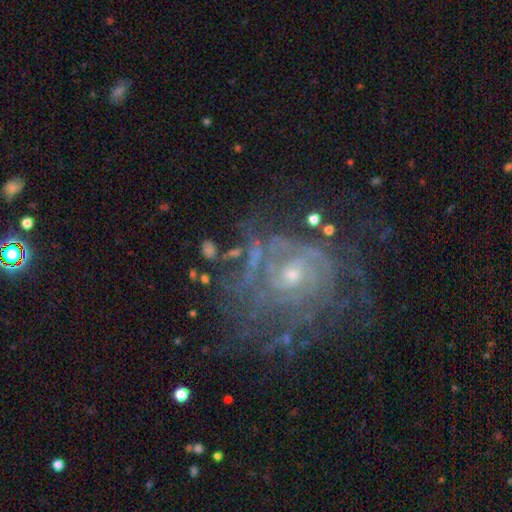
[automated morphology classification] A featured or disk galaxy (83%) with no bar (72%), tight (69%) spiral arms (91%) and a small central bulge (66%).

Vote fractions:
- Smooth or featured? featured or disk: 83% / star or artifact: 9% / smooth: 7%
- Edge-on disk? no: 97% / yes: 3%
- Bar? no: 72% / weak: 22% / strong: 5%
- Spiral arms? yes: 91% / no: 9%
- Spiral winding? tight: 69% / medium: 24% / loose: 7%
- Spiral arm count? can't tell: 41% / 2: 16% / 3: 14% / 4: 12% / more than 4: 10% / 1: 7%
- Bulge size? small: 66% / moderate: 29% / none: 2% / large: 2% / dominant: 1%
- Merging? none: 61% / minor disturbance: 18% / major disturbance: 17% / merger: 3%